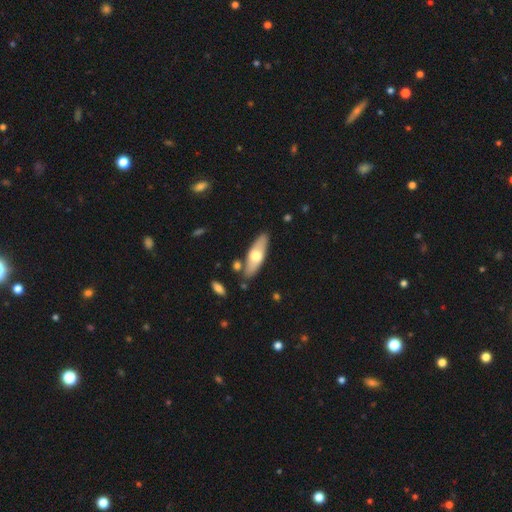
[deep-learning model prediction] Morphology: type=smooth (53%); roundness=in between (56%); merging=none (81%).